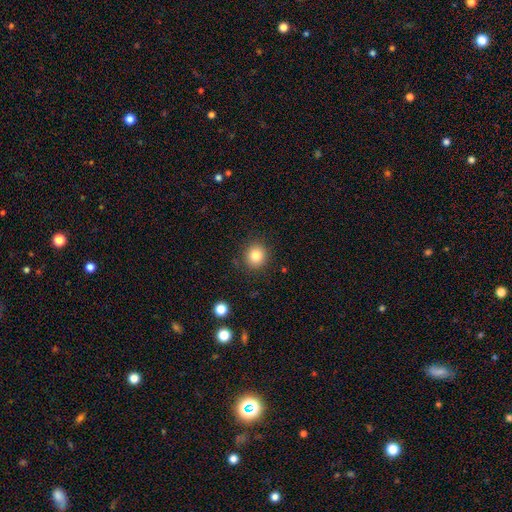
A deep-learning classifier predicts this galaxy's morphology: smooth-or-featured: smooth: 82% | star or artifact: 11% | featured or disk: 7%
  how-rounded: round: 88% | in between: 11% | cigar-shaped: 1%
  merging: none: 88% | minor disturbance: 8% | major disturbance: 3% | merger: 1%